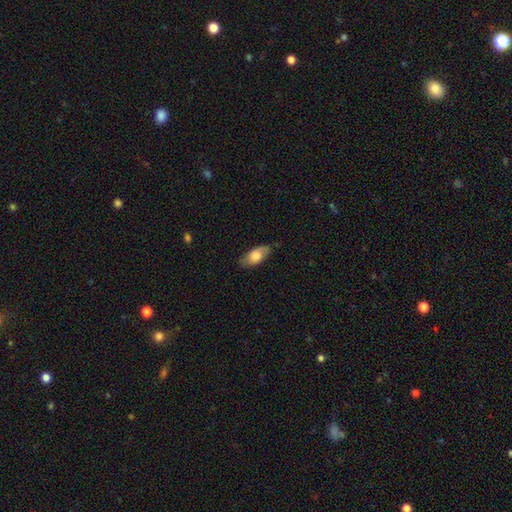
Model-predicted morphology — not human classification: Overall: smooth (68%). How rounded: in between (86%). Merging: none (78%).